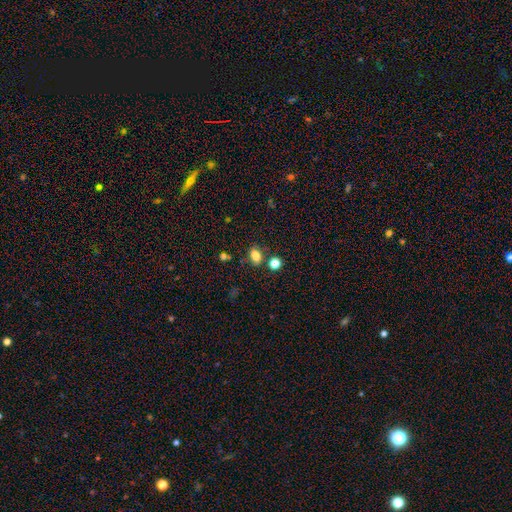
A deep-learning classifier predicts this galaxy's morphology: smooth 79%, star or artifact 13%, featured or disk 9%. Down the decision tree: how rounded — in between (76%); merging — none (75%).